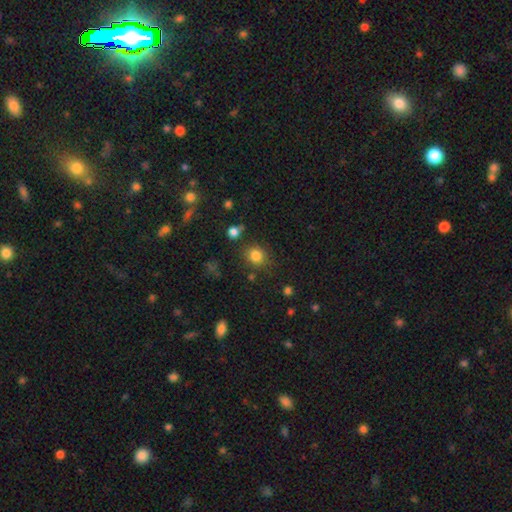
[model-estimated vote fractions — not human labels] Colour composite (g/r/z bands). It shows a smooth galaxy with no disk features (81%) that is round (82%). Merging: none (79%).